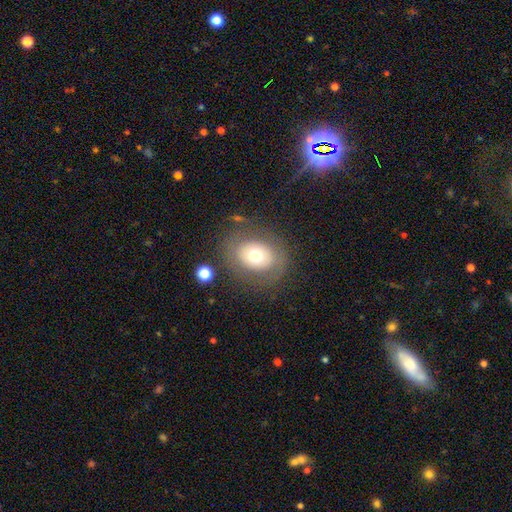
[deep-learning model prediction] Smooth or featured: smooth — 62% (featured or disk — 28%)
How rounded: in between — 50% (round — 49%)
Merging: none — 78% (minor disturbance — 12%)